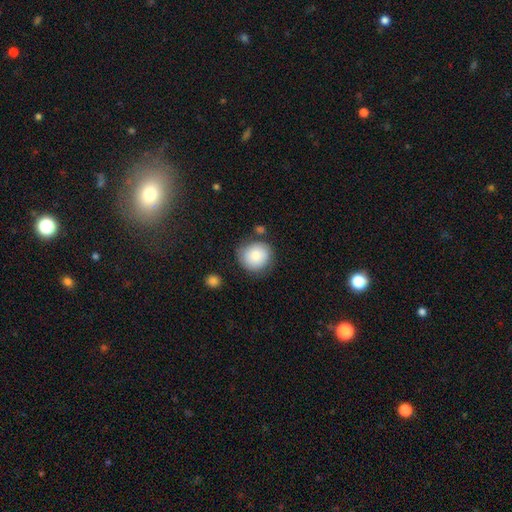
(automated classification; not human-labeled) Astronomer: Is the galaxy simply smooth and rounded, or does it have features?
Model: smooth — 84%.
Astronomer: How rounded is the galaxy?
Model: round — 87%.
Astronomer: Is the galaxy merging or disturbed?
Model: none — 74%.